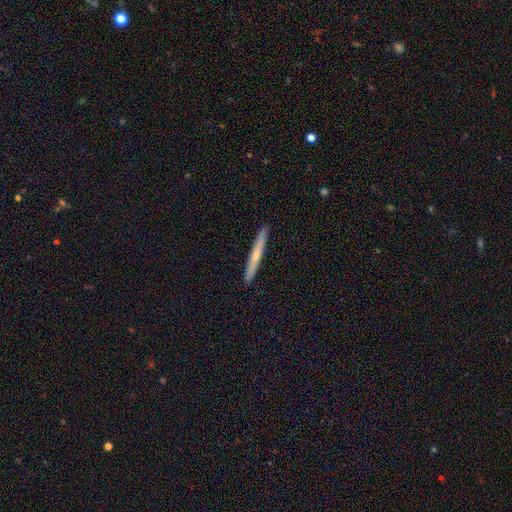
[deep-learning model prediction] Smooth or featured? smooth (56%)
How rounded? cigar-shaped (97%)
Merging? none (93%)